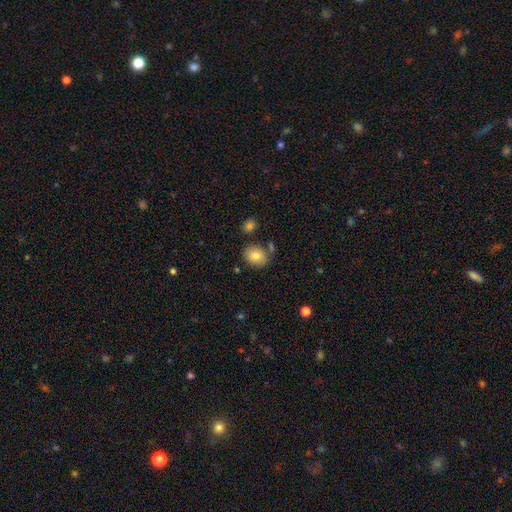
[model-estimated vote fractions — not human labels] This appears to be a smooth galaxy with no disk features (81%) that is in between round and cigar-shaped (51%). Merging: none (75%).